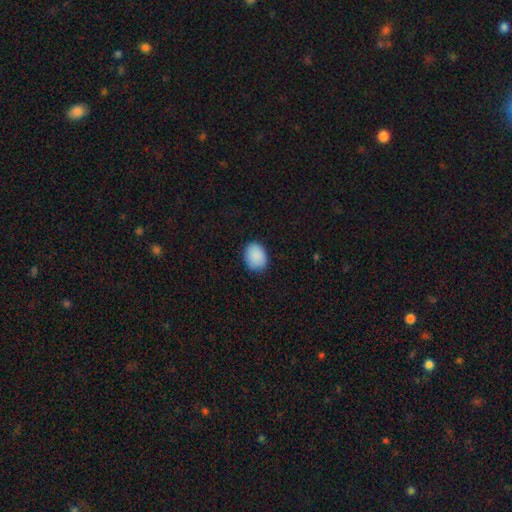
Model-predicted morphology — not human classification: A smooth galaxy with no disk features (90%) that is in between round and cigar-shaped (54%). Merging: none (82%).